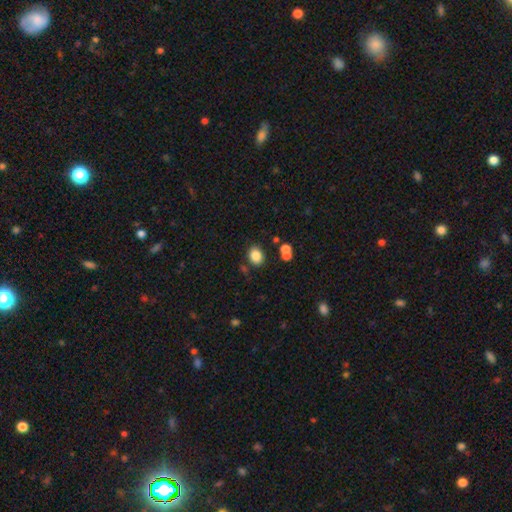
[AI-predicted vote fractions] Smooth or featured? smooth (84%)
How rounded? in between (57%)
Merging? none (78%)